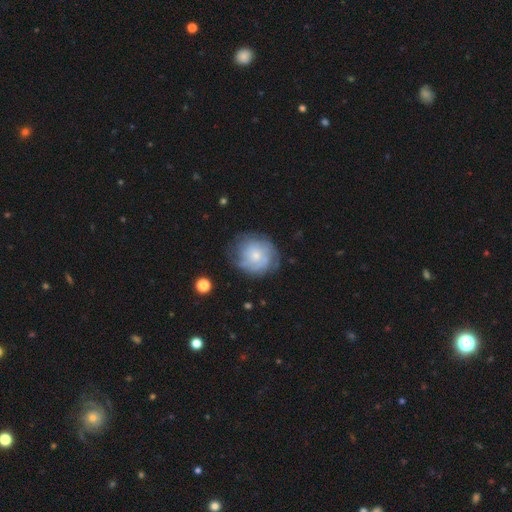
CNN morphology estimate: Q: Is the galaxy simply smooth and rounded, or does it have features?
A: featured or disk — 56%.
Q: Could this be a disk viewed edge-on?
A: no — 98%.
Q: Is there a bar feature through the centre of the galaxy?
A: no — 80%.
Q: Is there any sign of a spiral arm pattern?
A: yes — 78%.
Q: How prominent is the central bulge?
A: small — 59%.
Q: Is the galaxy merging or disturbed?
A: none — 67%.